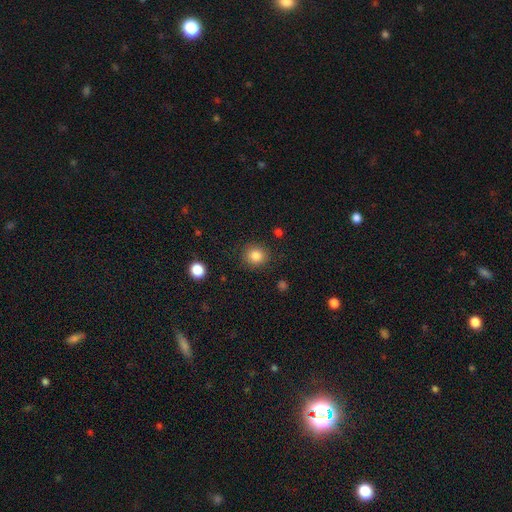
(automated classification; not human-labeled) smooth-or-featured: smooth: 85% | star or artifact: 10% | featured or disk: 5%
  how-rounded: round: 86% | in between: 13% | cigar-shaped: 1%
  merging: none: 87% | minor disturbance: 8% | major disturbance: 3% | merger: 2%